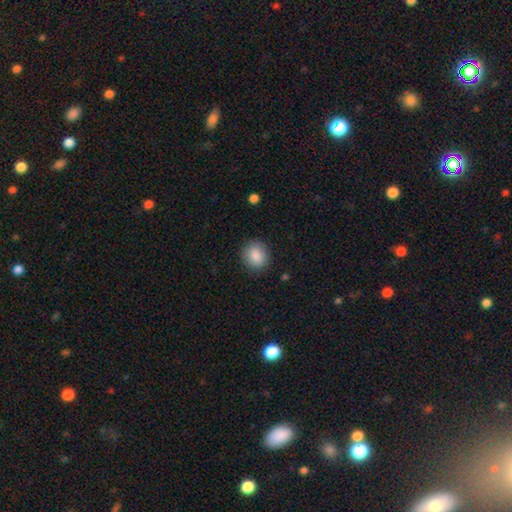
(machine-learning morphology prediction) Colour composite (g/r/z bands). It shows a smooth galaxy with no disk features (88%) that is round (75%). Merging: none (88%).